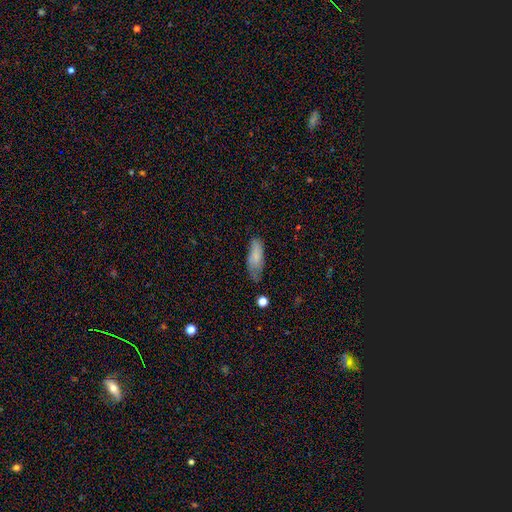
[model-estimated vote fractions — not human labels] Smooth or featured: smooth — 78% (featured or disk — 15%)
How rounded: in between — 69% (cigar-shaped — 29%)
Merging: none — 50% (minor disturbance — 35%)